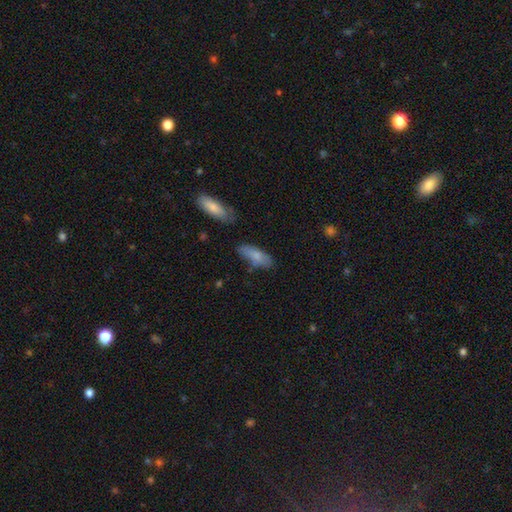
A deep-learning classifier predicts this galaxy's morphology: Smooth or featured? Predicted: smooth (p=0.77). How rounded? Predicted: in between (p=0.70). Merging? Predicted: none (p=0.64).